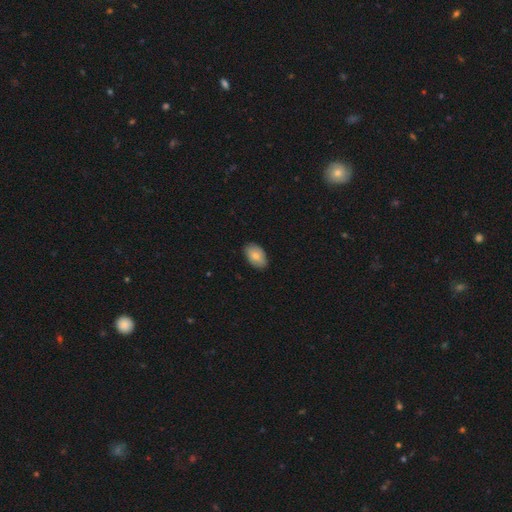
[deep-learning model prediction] This is likely a smooth galaxy (78%). How rounded: clearly in between (92%). Merging: clearly none (85%).